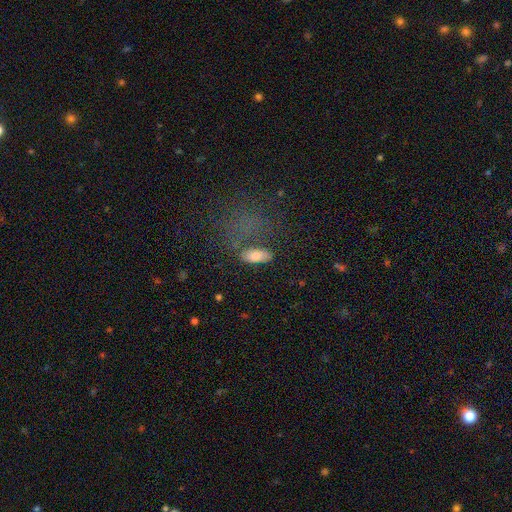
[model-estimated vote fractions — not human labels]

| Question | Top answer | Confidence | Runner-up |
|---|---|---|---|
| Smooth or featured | smooth | 77% | featured or disk (12%) |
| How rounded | in between | 85% | cigar-shaped (10%) |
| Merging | none | 59% | minor disturbance (19%) |